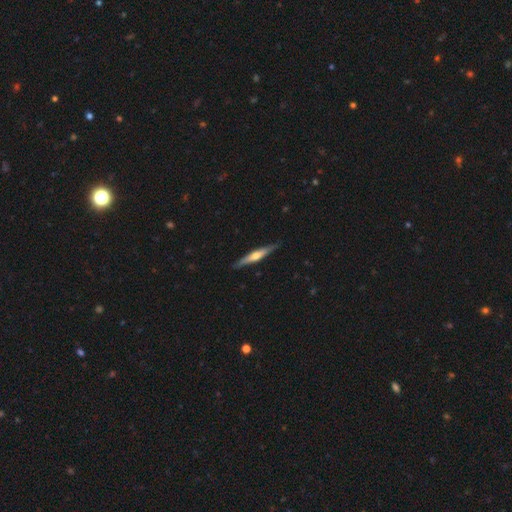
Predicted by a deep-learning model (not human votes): Smooth or featured?
  - featured or disk: 63% *
  - smooth: 32%
  - star or artifact: 5%
Edge-on disk?
  - yes: 96% *
  - no: 4%
Edge-on bulge?
  - rounded: 83% *
  - none: 9%
  - boxy: 8%
Merging?
  - none: 88% *
  - minor disturbance: 10%
  - major disturbance: 2%
  - merger: 1%